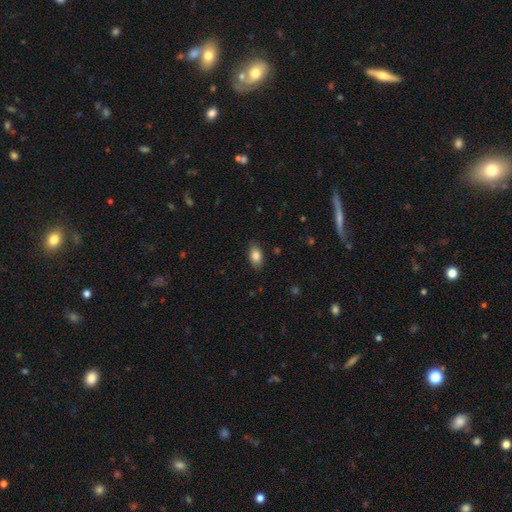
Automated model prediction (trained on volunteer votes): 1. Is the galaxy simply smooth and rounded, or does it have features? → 84% smooth, 8% featured or disk, 8% star or artifact.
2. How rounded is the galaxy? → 90% in between, 7% round, 3% cigar-shaped.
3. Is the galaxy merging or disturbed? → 85% none, 11% minor disturbance, 2% major disturbance, 1% merger.